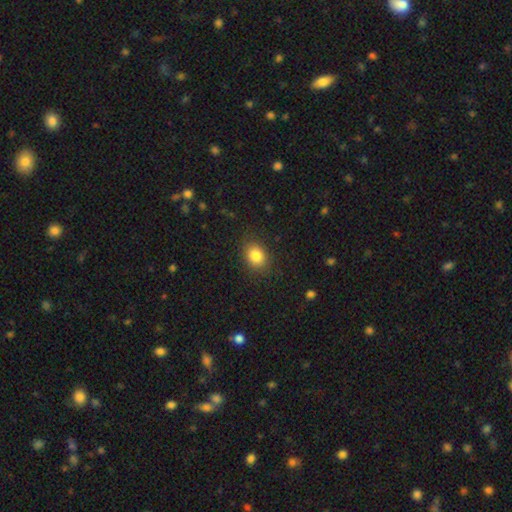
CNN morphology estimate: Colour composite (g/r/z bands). It shows a smooth galaxy with no disk features (84%) that is in between round and cigar-shaped (55%). Merging: none (85%).